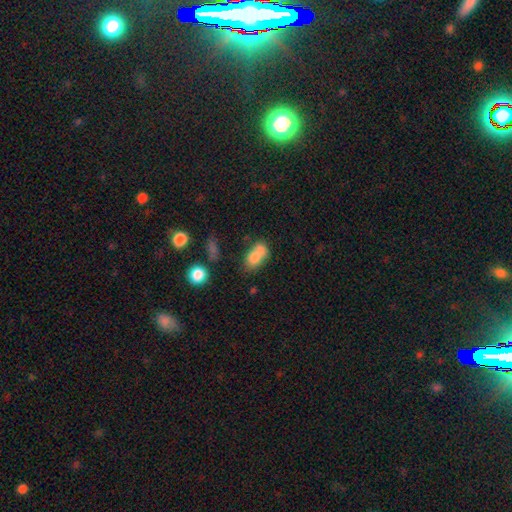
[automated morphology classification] smooth_or_featured: smooth (p=0.73) [alt: featured or disk p=0.16]
how_rounded: in between (p=0.74) [alt: round p=0.22]
merging: merger (p=0.53) [alt: none p=0.27]